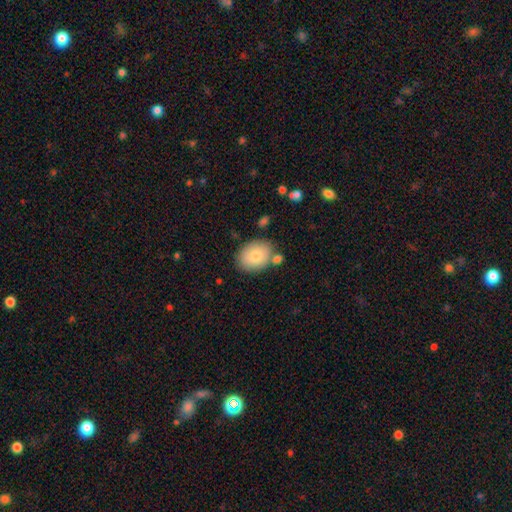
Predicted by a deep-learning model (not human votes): The model was most divided on "how rounded": in between: 63%, round: 36%, cigar-shaped: 1%. More confident: smooth or featured — smooth (80%); merging — none (72%).